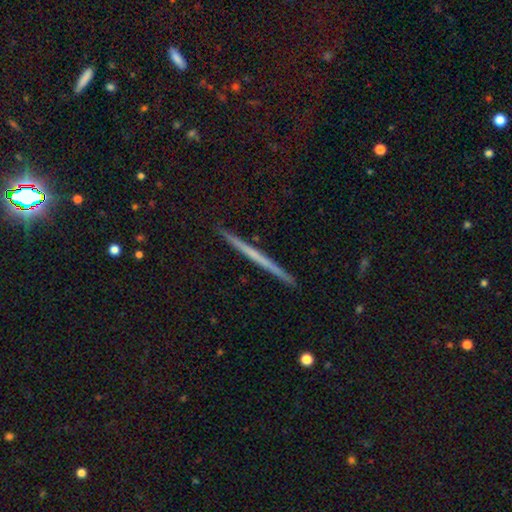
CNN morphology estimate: Overall: featured or disk (58%; smooth 35%). Edge-on disk: yes (98%). Edge-on bulge: none (88%). Merging: none (93%).